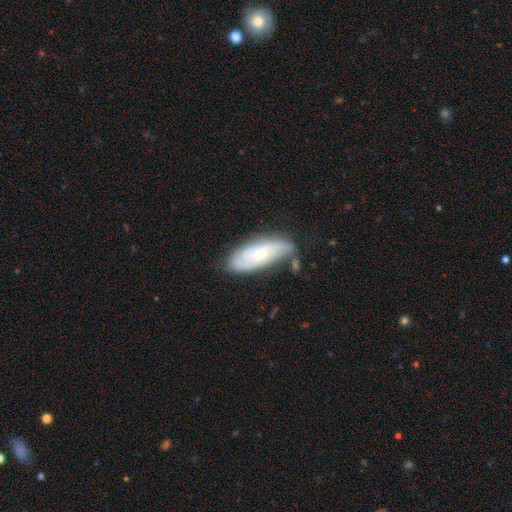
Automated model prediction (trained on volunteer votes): A featured or disk galaxy (58%).

Vote fractions:
- Smooth or featured? featured or disk: 58% / smooth: 34% / star or artifact: 8%
- Edge-on disk? no: 83% / yes: 17%
- Merging? none: 62% / minor disturbance: 26% / major disturbance: 7% / merger: 5%